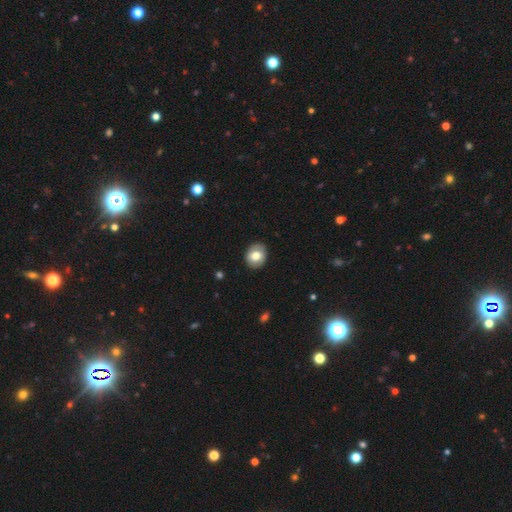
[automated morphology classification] smooth-or-featured: smooth: 69% | featured or disk: 23% | star or artifact: 7%
  how-rounded: round: 60% | in between: 39% | cigar-shaped: 1%
  merging: none: 87% | minor disturbance: 10% | major disturbance: 2% | merger: 1%